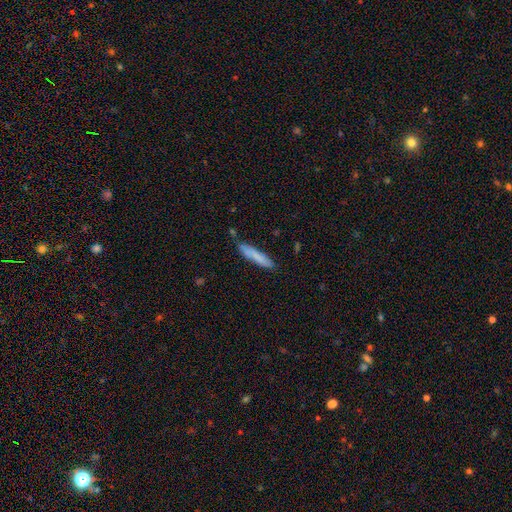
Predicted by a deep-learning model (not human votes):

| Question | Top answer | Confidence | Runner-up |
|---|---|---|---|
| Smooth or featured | smooth | 78% | featured or disk (16%) |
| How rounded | cigar-shaped | 90% | in between (9%) |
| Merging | none | 80% | minor disturbance (15%) |